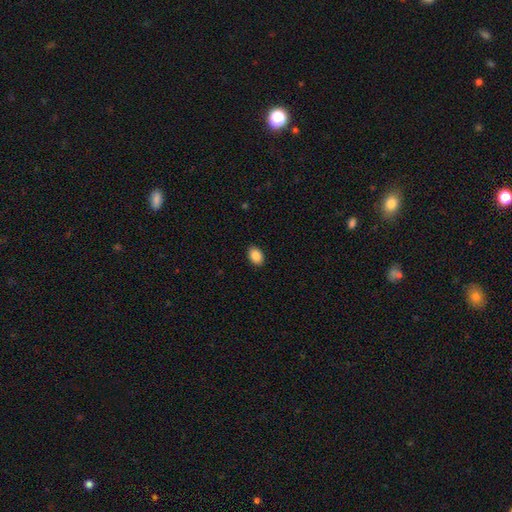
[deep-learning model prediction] Smooth or featured: smooth — 87% (star or artifact — 8%)
How rounded: in between — 82% (round — 17%)
Merging: none — 90% (minor disturbance — 7%)